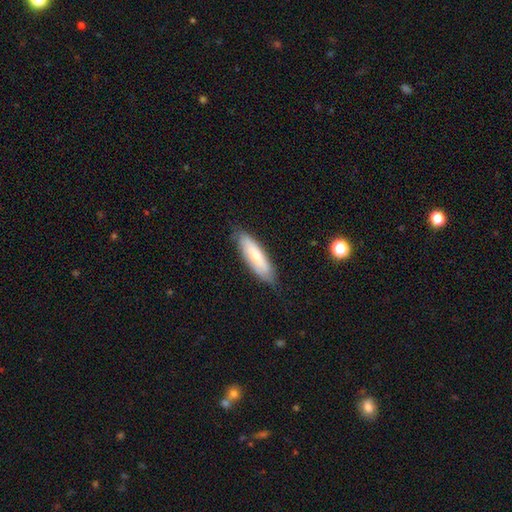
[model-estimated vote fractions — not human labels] Smooth or featured? smooth (72%)
How rounded? cigar-shaped (58%)
Merging? none (78%)